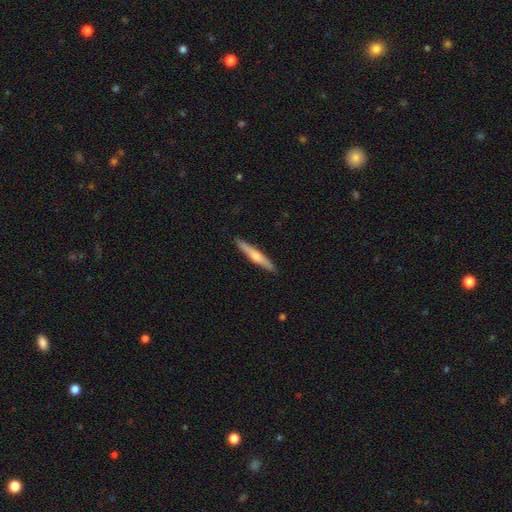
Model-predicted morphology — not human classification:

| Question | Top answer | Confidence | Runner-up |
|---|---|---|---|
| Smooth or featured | featured or disk | 49% | smooth (45%) |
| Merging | none | 91% | minor disturbance (7%) |